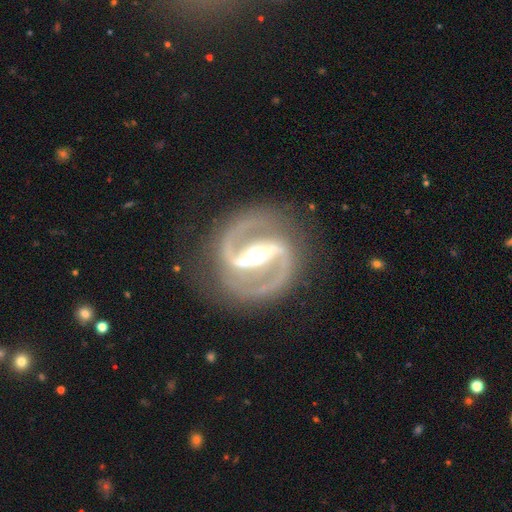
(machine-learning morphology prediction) A featured or disk galaxy (93%) with a strong bar (78%), 2 (94%) medium (62%) spiral arms (98%) and a moderate central bulge (64%). Merging: none (83%).